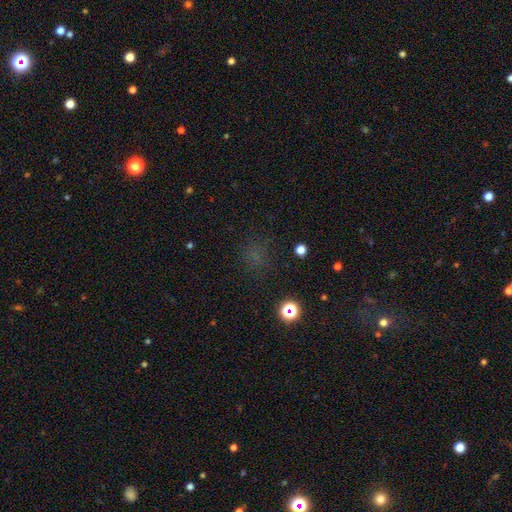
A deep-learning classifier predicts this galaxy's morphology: Overall: smooth (53%; star or artifact 38%). How rounded: round (80%). Merging: none (77%).